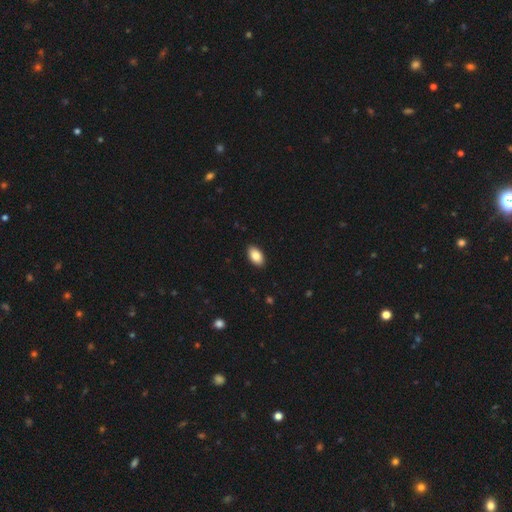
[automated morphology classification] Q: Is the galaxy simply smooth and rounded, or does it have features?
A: smooth — 87%.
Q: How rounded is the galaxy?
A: in between — 94%.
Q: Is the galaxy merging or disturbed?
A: none — 90%.